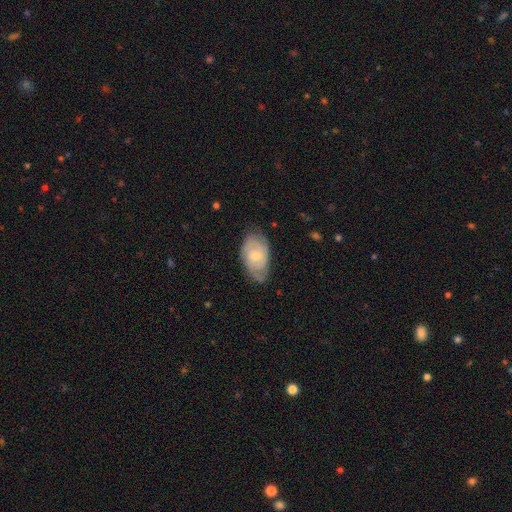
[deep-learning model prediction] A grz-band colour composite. It shows a featured or disk galaxy (56%) with no bar (73%), spiral arms (82%) and a small central bulge (48%). Merging: none (63%).